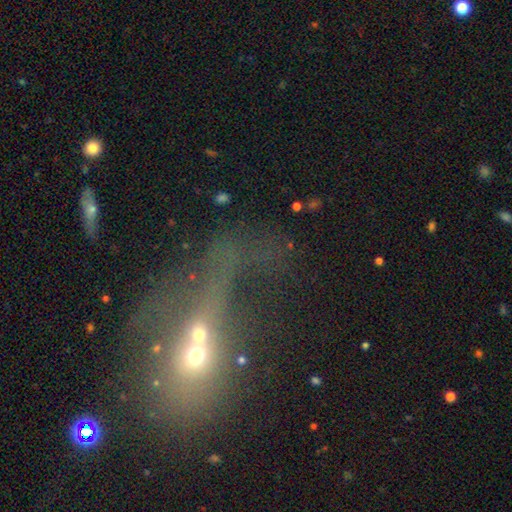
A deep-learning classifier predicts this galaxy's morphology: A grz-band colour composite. It shows a smooth galaxy with no disk features (37%). Merging: merger (65%).